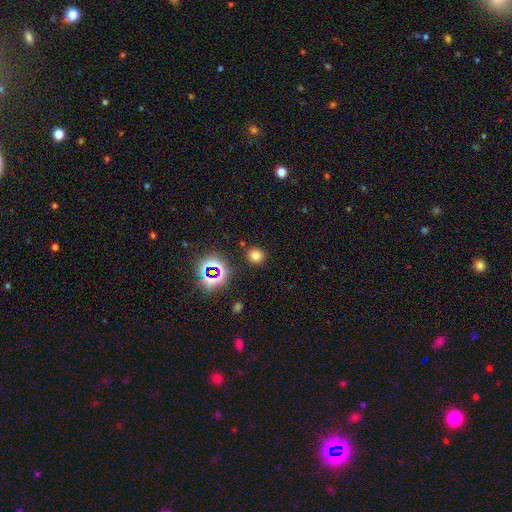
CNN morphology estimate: smooth 71%, star or artifact 22%, featured or disk 7%. Down the decision tree: how rounded — round (90%); merging — none (88%).